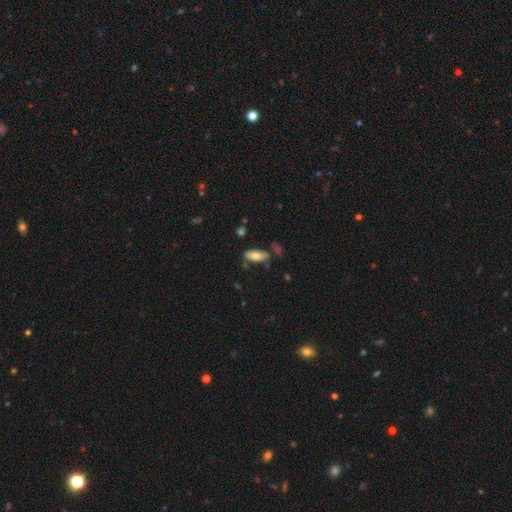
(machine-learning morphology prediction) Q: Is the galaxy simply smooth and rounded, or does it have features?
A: smooth — 75%.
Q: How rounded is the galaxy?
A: in between — 86%.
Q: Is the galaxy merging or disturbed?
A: none — 70%.